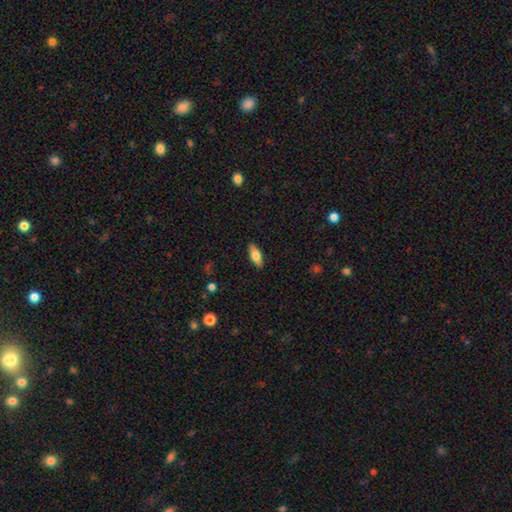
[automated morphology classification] Smooth or featured: smooth — 69% (featured or disk — 24%)
How rounded: in between — 73% (cigar-shaped — 25%)
Merging: none — 88% (minor disturbance — 9%)